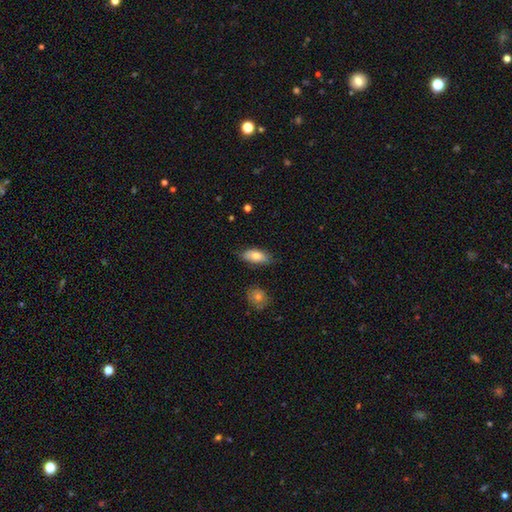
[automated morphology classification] Q: Smooth or featured?
A: smooth (78%); runner-up: featured or disk (16%)
Q: How rounded?
A: in between (87%); runner-up: cigar-shaped (10%)
Q: Merging?
A: none (77%); runner-up: minor disturbance (17%)